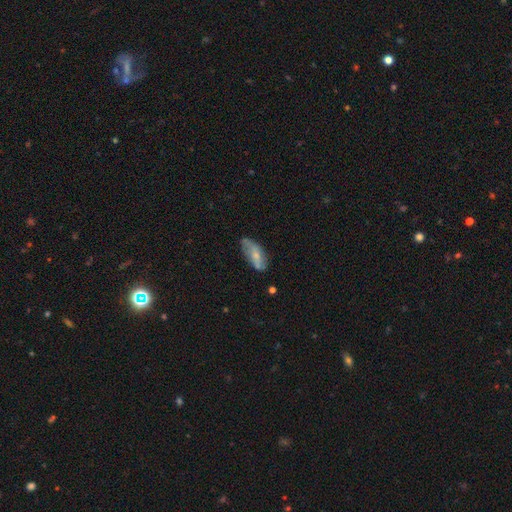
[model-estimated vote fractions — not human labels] Smooth or featured: smooth — 55% (featured or disk — 38%)
How rounded: in between — 82% (cigar-shaped — 15%)
Merging: none — 56% (minor disturbance — 31%)